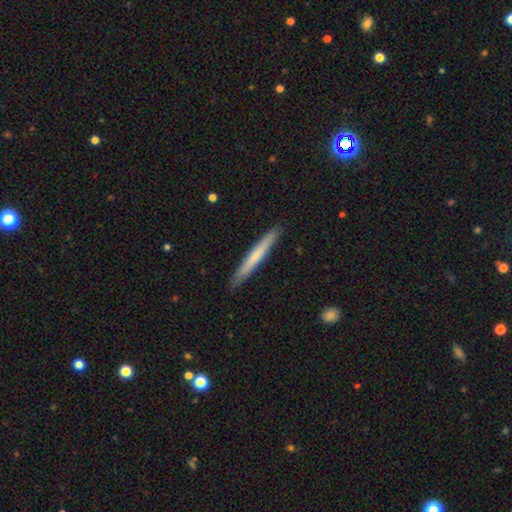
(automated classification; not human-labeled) This appears to be a smooth galaxy with no disk features (58%) that is cigar-shaped (97%). Merging: none (91%).